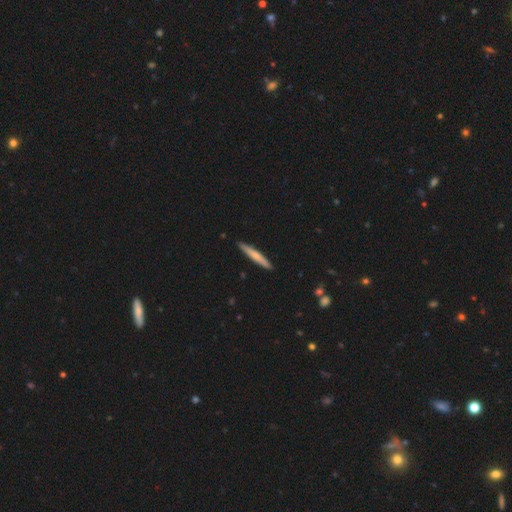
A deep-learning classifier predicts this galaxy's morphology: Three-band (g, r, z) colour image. It shows a smooth galaxy with no disk features (66%) that is cigar-shaped (95%). Merging: none (90%).